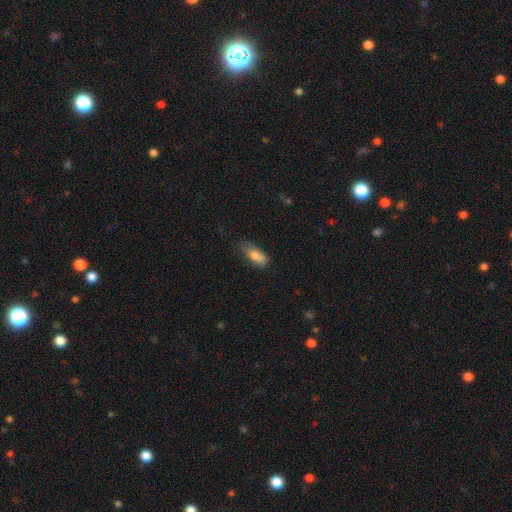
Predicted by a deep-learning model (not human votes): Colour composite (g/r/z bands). It shows a smooth galaxy with no disk features (77%) that is in between round and cigar-shaped (71%). Merging: none (47%).